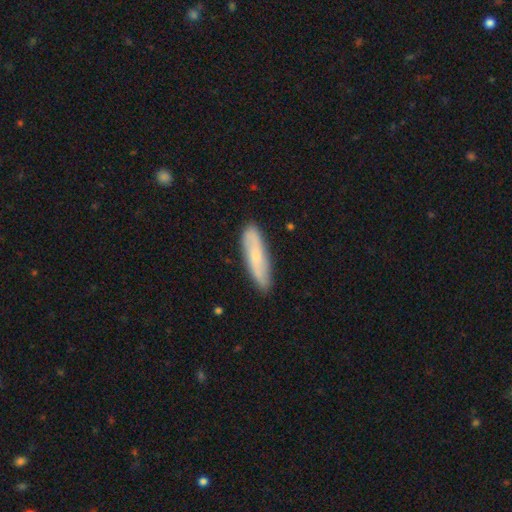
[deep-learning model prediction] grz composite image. It shows a smooth galaxy with no disk features (52%) that is cigar-shaped (72%). Merging: none (86%).